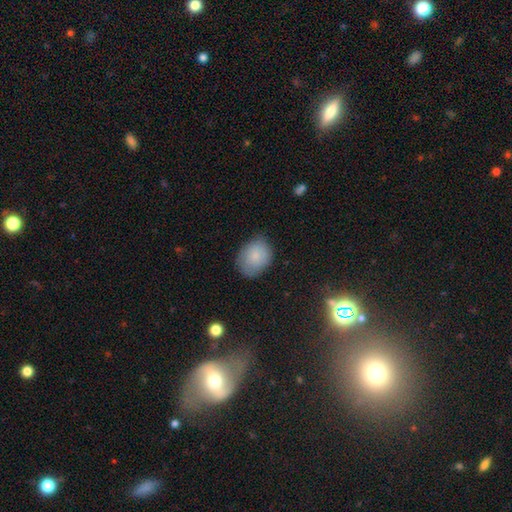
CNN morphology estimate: This is clearly a smooth galaxy (81%). How rounded: possibly in between (57%). Merging: likely none (70%).